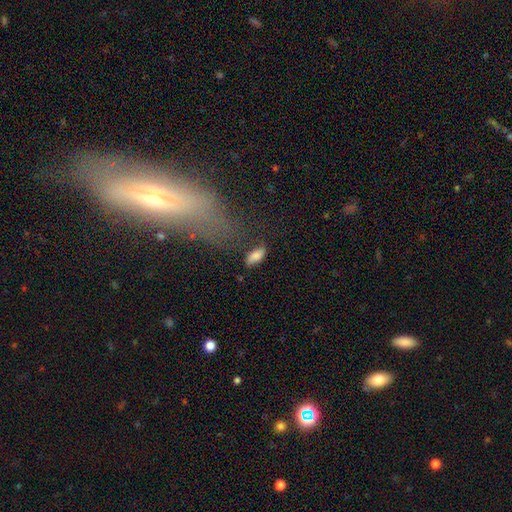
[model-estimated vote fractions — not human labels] Smooth or featured?
  - smooth: 79% *
  - featured or disk: 13%
  - star or artifact: 8%
How rounded?
  - in between: 84% *
  - cigar-shaped: 13%
  - round: 4%
Merging?
  - none: 66% *
  - minor disturbance: 21%
  - major disturbance: 8%
  - merger: 4%